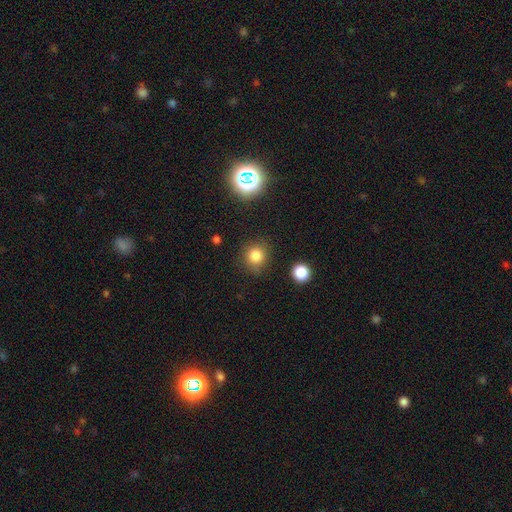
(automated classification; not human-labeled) Q: Smooth or featured?
A: smooth (80%); runner-up: star or artifact (14%)
Q: How rounded?
A: round (88%); runner-up: in between (11%)
Q: Merging?
A: none (83%); runner-up: minor disturbance (11%)